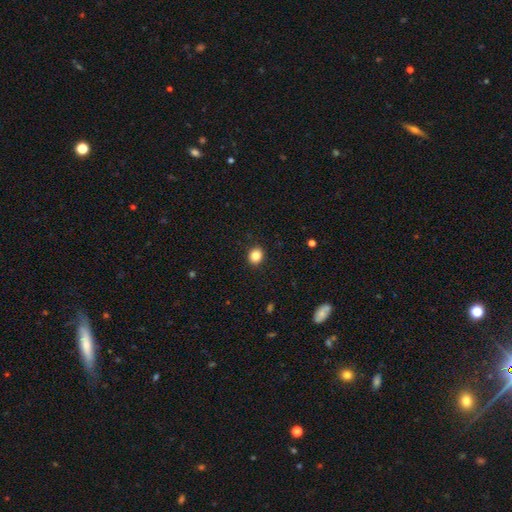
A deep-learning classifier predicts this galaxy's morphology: smooth_or_featured: smooth (p=0.85) [alt: star or artifact p=0.10]
how_rounded: round (p=0.79) [alt: in between p=0.20]
merging: none (p=0.91) [alt: minor disturbance p=0.06]